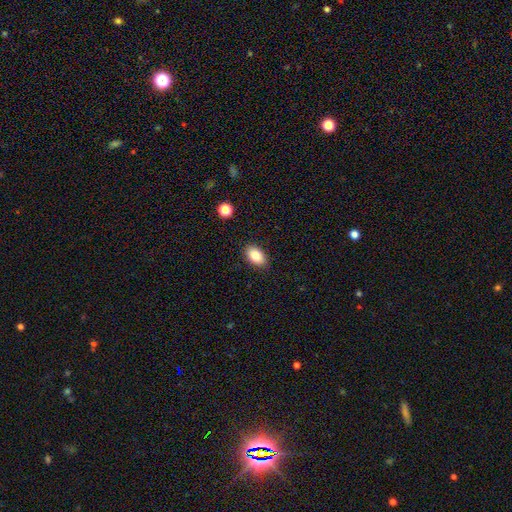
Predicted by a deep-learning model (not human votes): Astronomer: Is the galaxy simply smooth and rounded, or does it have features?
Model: smooth — 84%.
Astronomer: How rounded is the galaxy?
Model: in between — 90%.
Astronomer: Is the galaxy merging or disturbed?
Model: none — 87%.